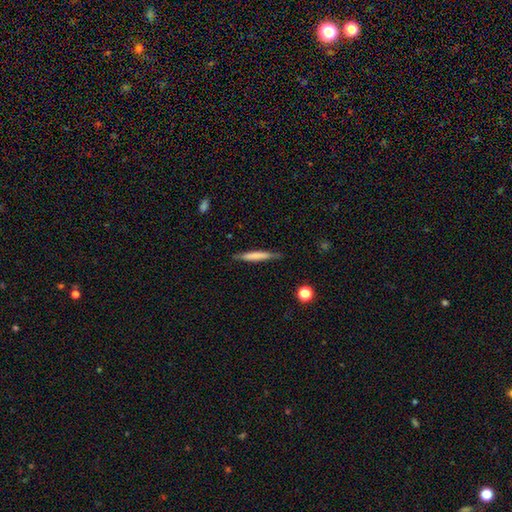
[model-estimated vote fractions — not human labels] smooth_or_featured: smooth (p=0.63) [alt: featured or disk p=0.31]
how_rounded: cigar-shaped (p=0.94) [alt: in between p=0.05]
merging: none (p=0.83) [alt: minor disturbance p=0.13]